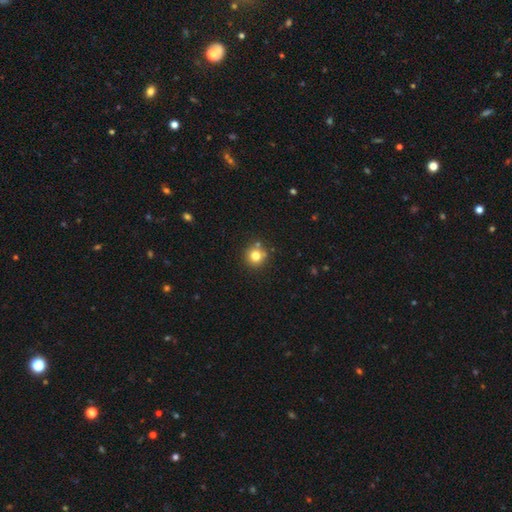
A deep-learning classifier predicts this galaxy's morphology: type=smooth (78%); roundness=round (93%); merging=none (81%).